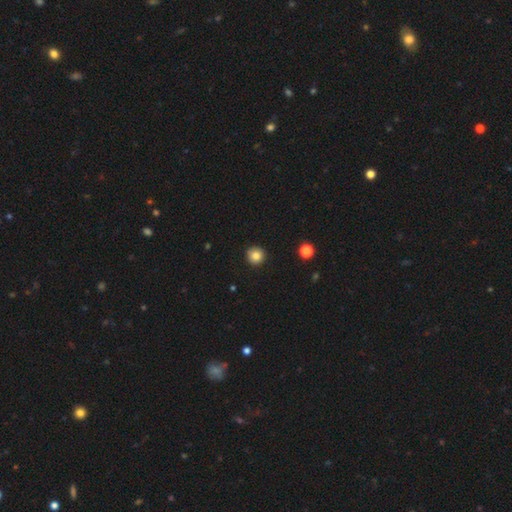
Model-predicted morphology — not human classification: Overall: smooth (84%). How rounded: round (95%). Merging: none (92%).